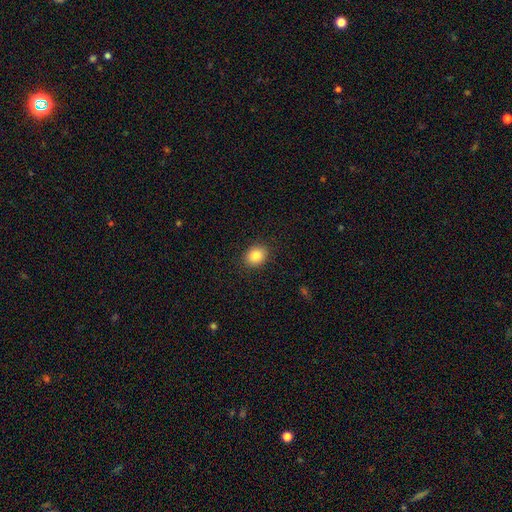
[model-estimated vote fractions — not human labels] Smooth or featured? Predicted: smooth (p=0.85). How rounded? Predicted: round (p=0.55). Merging? Predicted: none (p=0.89).